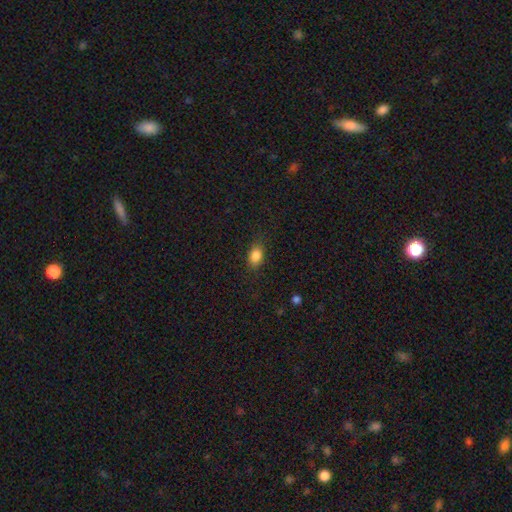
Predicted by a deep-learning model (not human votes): smooth-or-featured: smooth: 85% | star or artifact: 9% | featured or disk: 5%
  how-rounded: in between: 81% | round: 16% | cigar-shaped: 3%
  merging: none: 81% | minor disturbance: 14% | major disturbance: 4% | merger: 1%